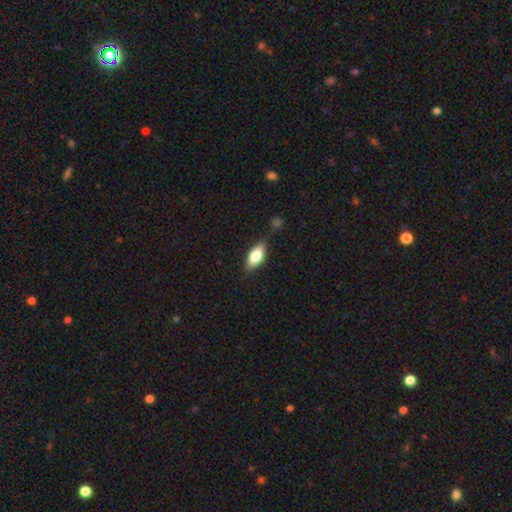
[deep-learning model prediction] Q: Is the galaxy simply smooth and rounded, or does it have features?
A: smooth — 67%.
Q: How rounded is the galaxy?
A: in between — 79%.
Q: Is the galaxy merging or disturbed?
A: none — 80%.